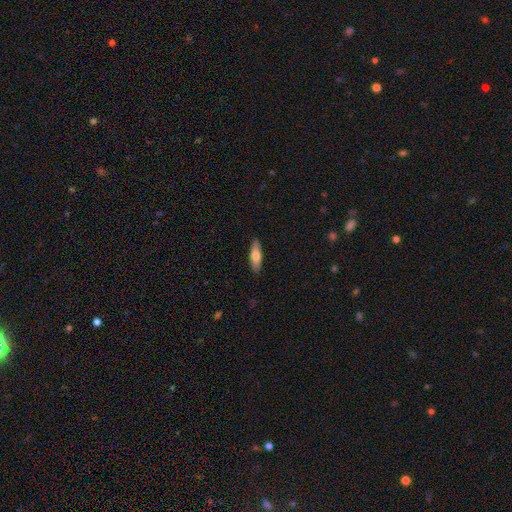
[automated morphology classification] smooth-or-featured: smooth: 68% | featured or disk: 26% | star or artifact: 6%
  how-rounded: cigar-shaped: 56% | in between: 42% | round: 2%
  merging: none: 89% | minor disturbance: 8% | major disturbance: 2% | merger: 1%